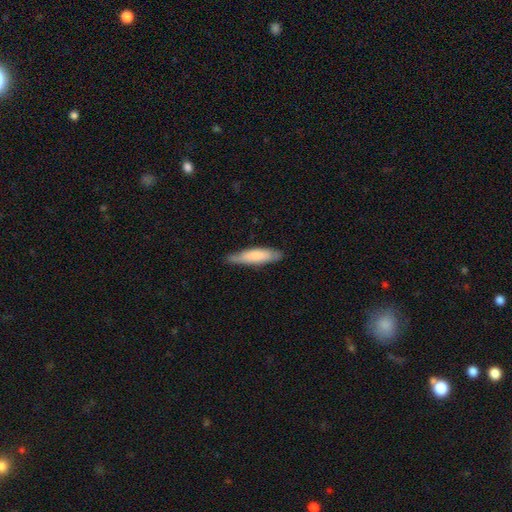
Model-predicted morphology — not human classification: smooth-or-featured: smooth: 74% | featured or disk: 21% | star or artifact: 5%
  how-rounded: cigar-shaped: 77% | in between: 22% | round: 1%
  merging: none: 75% | minor disturbance: 21% | major disturbance: 3% | merger: 1%